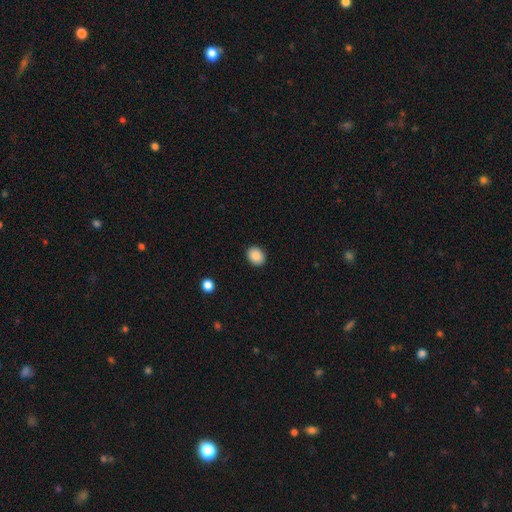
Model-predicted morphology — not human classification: A smooth galaxy with no disk features (88%) that is round (57%).

Vote fractions:
- Smooth or featured? smooth: 88% / star or artifact: 8% / featured or disk: 4%
- How rounded? round: 57% / in between: 43% / cigar-shaped: 1%
- Merging? none: 91% / minor disturbance: 6% / major disturbance: 2% / merger: 1%